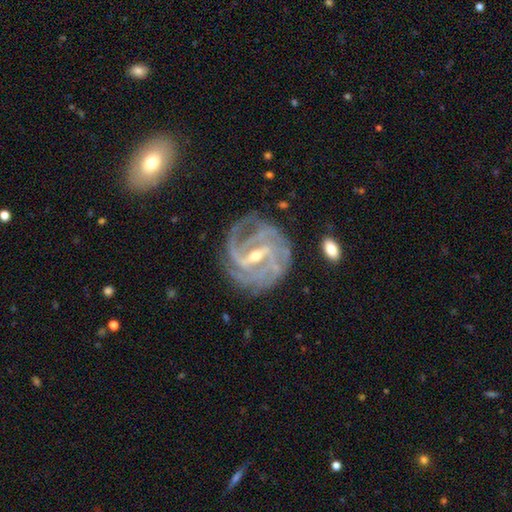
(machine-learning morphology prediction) Smooth or featured? featured or disk (91%)
Edge-on disk? no (97%)
Bar? strong (52%)
Spiral arms? yes (98%)
Spiral winding? tight (61%)
Spiral arm count? 3 (29%)
Bulge size? small (50%)
Merging? none (74%)